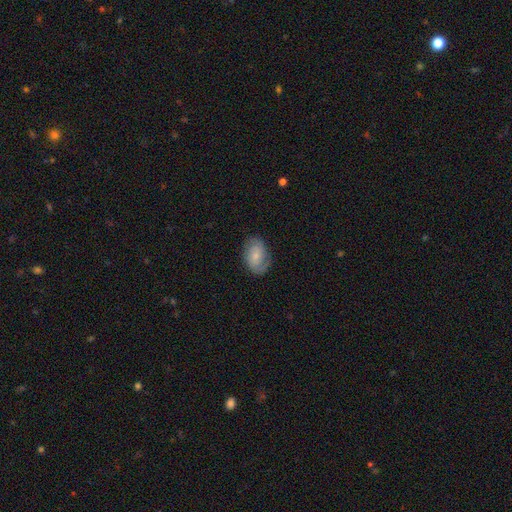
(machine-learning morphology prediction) The model was most divided on "smooth or featured": featured or disk: 57%, smooth: 36%, star or artifact: 7%. More confident: edge-on disk — no (96%); spiral arms — yes (89%); merging — none (74%); bar — no (61%); bulge size — small (59%).